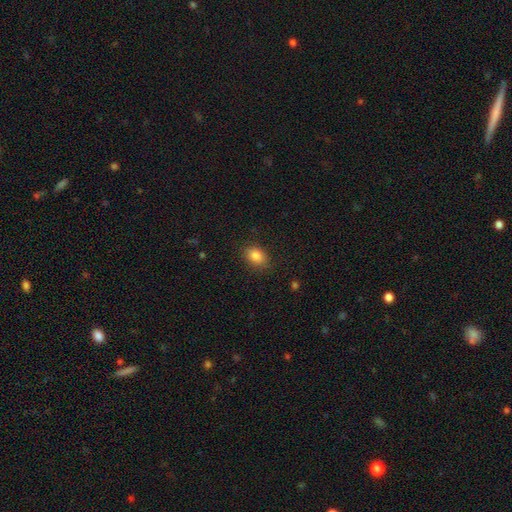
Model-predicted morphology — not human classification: Smooth or featured?
  - smooth: 85% *
  - star or artifact: 9%
  - featured or disk: 6%
How rounded?
  - in between: 71% *
  - round: 28%
  - cigar-shaped: 1%
Merging?
  - none: 85% *
  - minor disturbance: 11%
  - major disturbance: 3%
  - merger: 1%